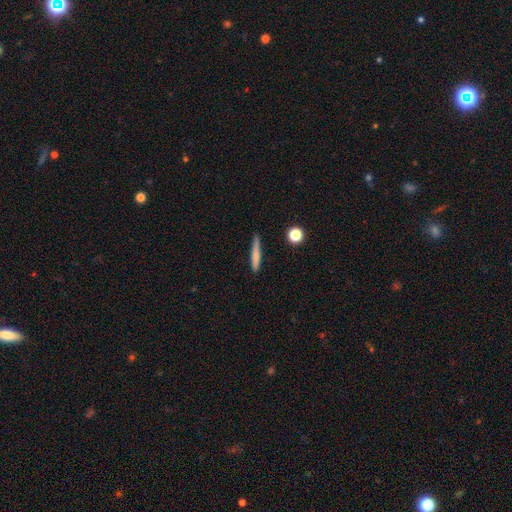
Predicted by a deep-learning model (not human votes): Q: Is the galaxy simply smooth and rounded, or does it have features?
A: smooth — 71%.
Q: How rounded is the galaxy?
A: cigar-shaped — 93%.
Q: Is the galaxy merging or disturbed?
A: none — 82%.